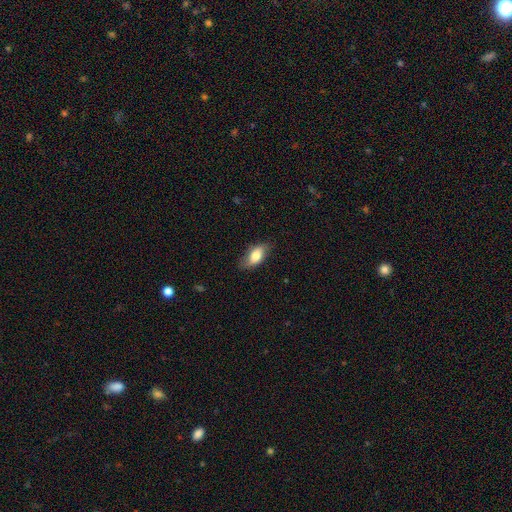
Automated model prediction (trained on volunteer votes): Smooth or featured? smooth (76%)
How rounded? in between (89%)
Merging? none (76%)